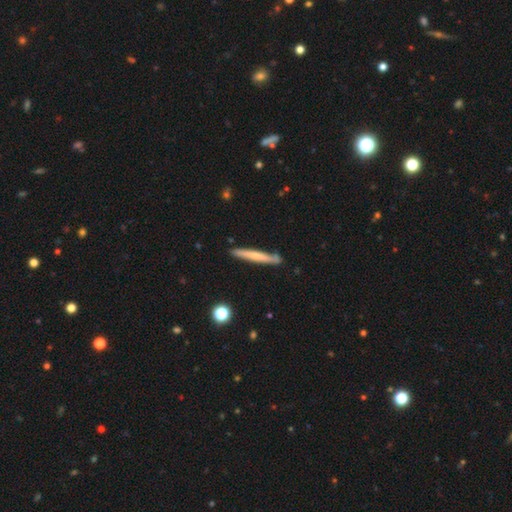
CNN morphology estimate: smooth 53%, featured or disk 41%, star or artifact 6%. Down the decision tree: how rounded — cigar-shaped (96%); merging — none (82%).